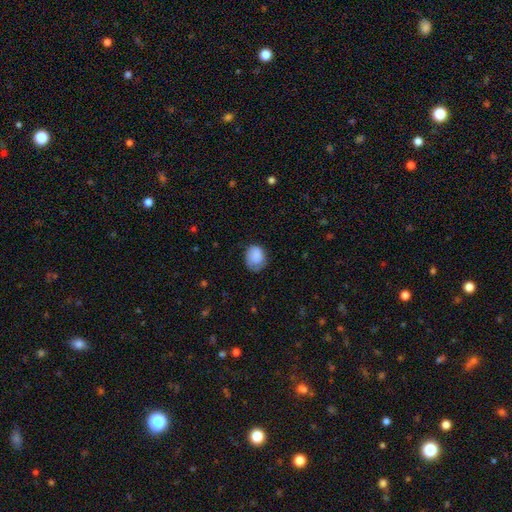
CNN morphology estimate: This appears to be a smooth galaxy with no disk features (81%) that is round (52%). Merging: none (61%).